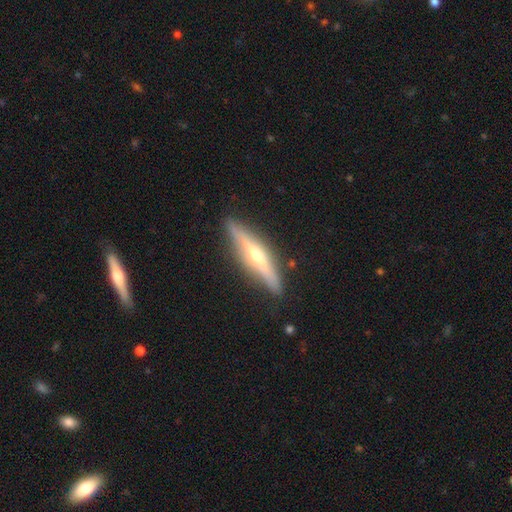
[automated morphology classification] This is likely a featured or disk galaxy (72%). It is clearly viewed edge-on (95%). Edge-on bulge: clearly rounded (89%). Merging: clearly none (87%).